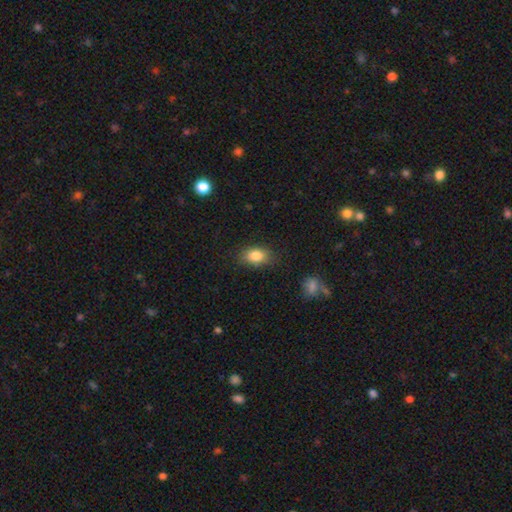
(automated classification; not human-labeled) Smooth or featured? Predicted: smooth (p=0.84). How rounded? Predicted: in between (p=0.83). Merging? Predicted: none (p=0.81).